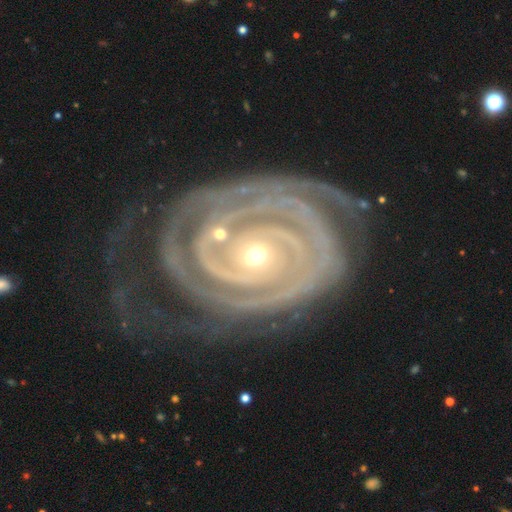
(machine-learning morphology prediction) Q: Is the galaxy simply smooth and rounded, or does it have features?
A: featured or disk — 92%.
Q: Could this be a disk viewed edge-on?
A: no — 97%.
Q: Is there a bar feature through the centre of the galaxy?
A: no — 69%.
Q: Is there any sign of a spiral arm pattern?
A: yes — 98%.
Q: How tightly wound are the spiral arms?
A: tight — 89%.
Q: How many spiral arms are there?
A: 2 — 46%.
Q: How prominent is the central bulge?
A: small — 63%.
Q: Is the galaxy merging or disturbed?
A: none — 63%.